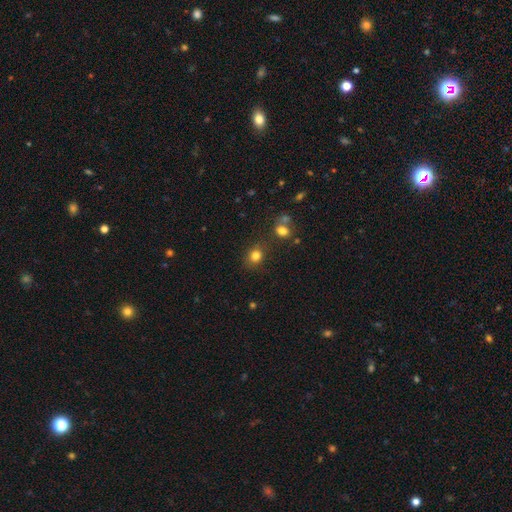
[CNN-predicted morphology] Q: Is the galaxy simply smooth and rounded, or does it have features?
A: smooth — 80%.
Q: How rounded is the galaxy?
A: round — 68%.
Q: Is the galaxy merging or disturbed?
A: none — 77%.